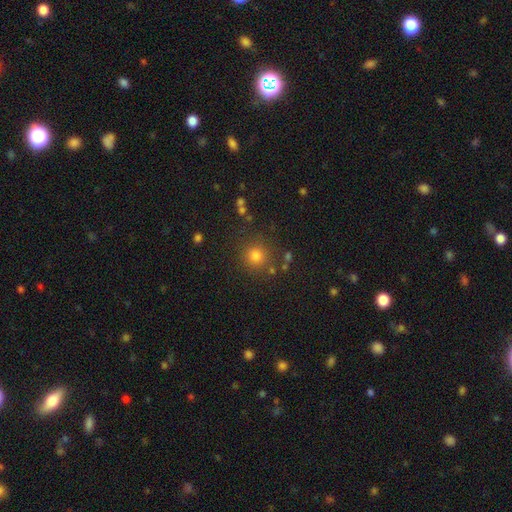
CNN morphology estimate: The model was most divided on "smooth or featured": smooth: 78%, star or artifact: 16%, featured or disk: 6%. More confident: how rounded — round (93%); merging — none (83%).